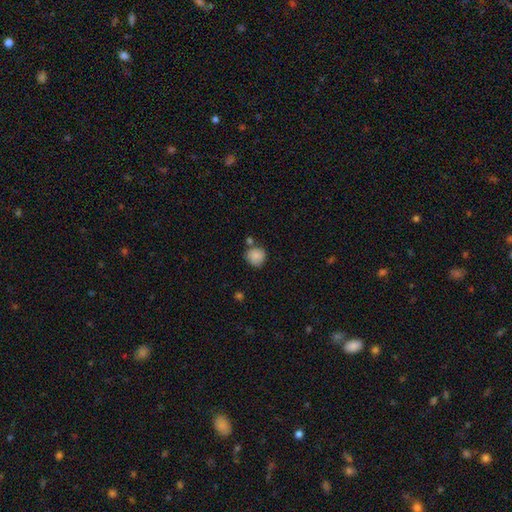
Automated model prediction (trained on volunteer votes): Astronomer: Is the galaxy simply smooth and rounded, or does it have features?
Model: smooth — 83%.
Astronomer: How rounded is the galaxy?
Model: round — 87%.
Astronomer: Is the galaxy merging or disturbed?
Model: none — 66%.